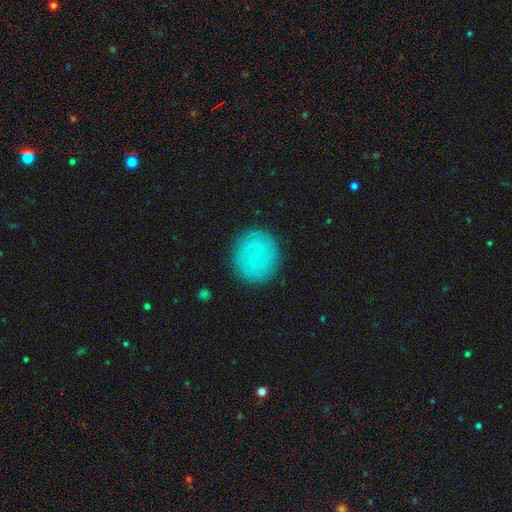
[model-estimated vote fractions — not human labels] featured or disk 63%, smooth 29%, star or artifact 9%. Down the decision tree: edge-on disk — no (98%); bar — weak (50%); spiral arms — yes (89%); spiral arm count — 2 (66%); spiral winding — tight (53%); bulge size — small (74%); merging — none (87%).